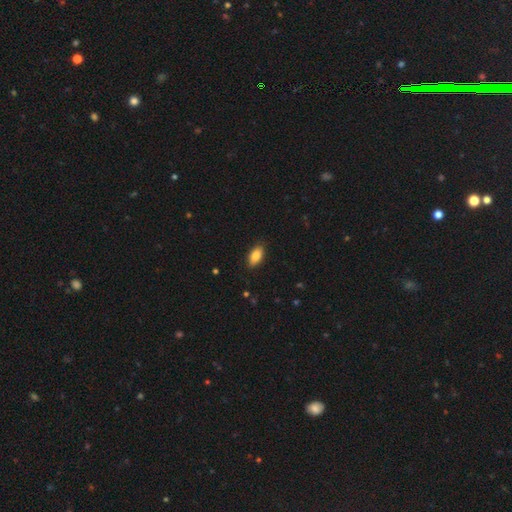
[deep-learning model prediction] smooth 86%, star or artifact 7%, featured or disk 7%. Down the decision tree: how rounded — in between (92%); merging — none (87%).